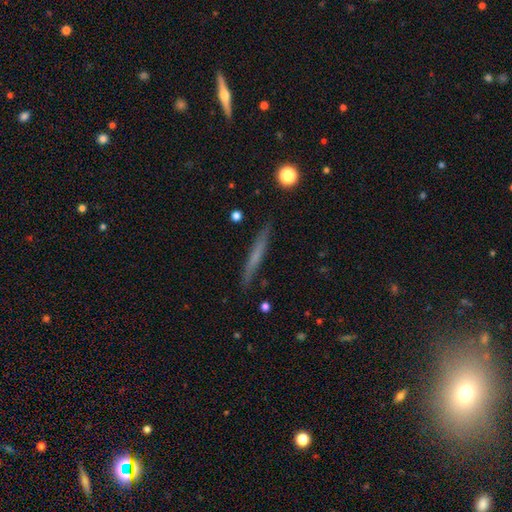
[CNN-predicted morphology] type=smooth (51%); roundness=cigar-shaped (95%); merging=none (87%).